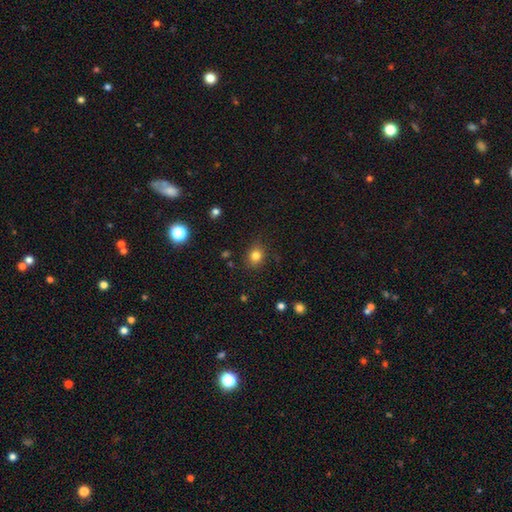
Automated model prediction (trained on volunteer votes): Smooth or featured: smooth — 81% (star or artifact — 13%)
How rounded: round — 64% (in between — 35%)
Merging: none — 83% (minor disturbance — 12%)